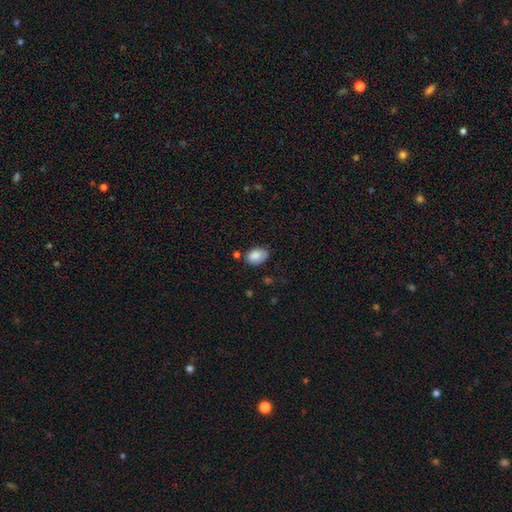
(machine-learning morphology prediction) Smooth or featured?
  - smooth: 86% *
  - star or artifact: 8%
  - featured or disk: 7%
How rounded?
  - in between: 82% *
  - round: 17%
  - cigar-shaped: 1%
Merging?
  - none: 65% *
  - minor disturbance: 25%
  - major disturbance: 5%
  - merger: 5%